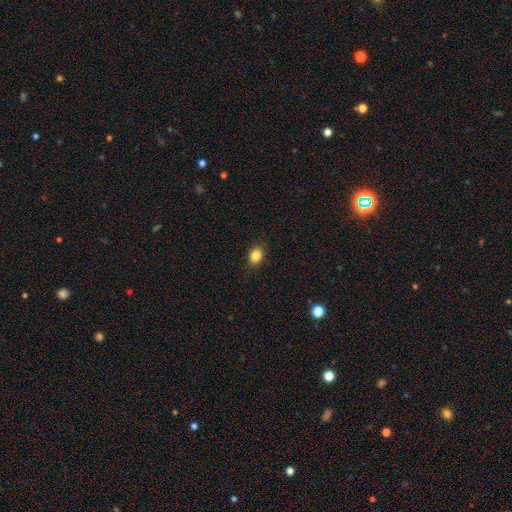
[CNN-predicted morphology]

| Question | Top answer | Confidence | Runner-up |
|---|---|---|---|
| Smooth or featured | smooth | 85% | star or artifact (10%) |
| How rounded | in between | 64% | round (35%) |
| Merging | none | 88% | minor disturbance (9%) |